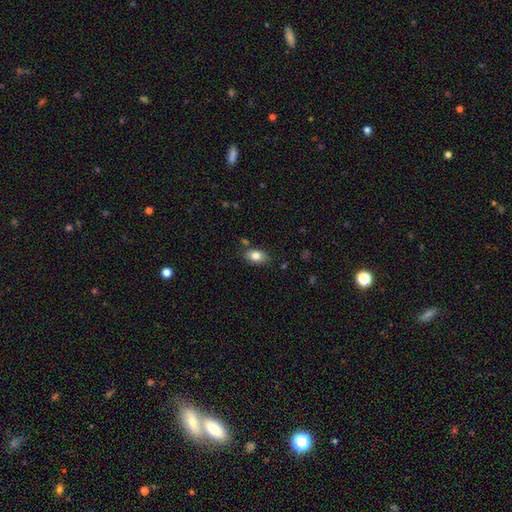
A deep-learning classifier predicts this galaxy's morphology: A smooth galaxy with no disk features (82%) that is in between round and cigar-shaped (87%).

Vote fractions:
- Smooth or featured? smooth: 82% / featured or disk: 10% / star or artifact: 8%
- How rounded? in between: 87% / round: 11% / cigar-shaped: 2%
- Merging? none: 81% / minor disturbance: 13% / merger: 4% / major disturbance: 3%